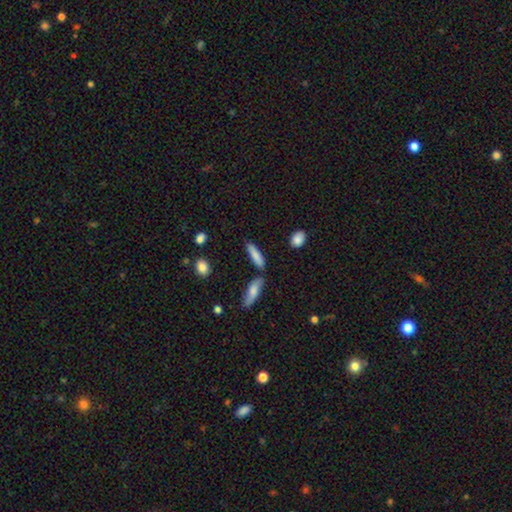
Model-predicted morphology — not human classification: Smooth or featured? smooth (78%)
How rounded? cigar-shaped (71%)
Merging? none (75%)